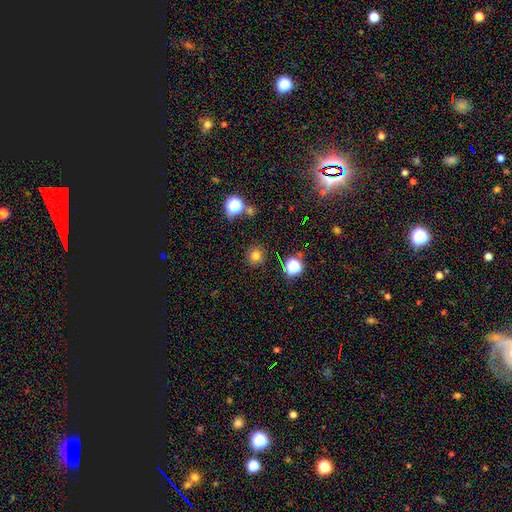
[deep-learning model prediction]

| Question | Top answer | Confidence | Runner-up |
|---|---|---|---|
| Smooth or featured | smooth | 74% | star or artifact (19%) |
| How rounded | round | 94% | in between (5%) |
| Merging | none | 88% | minor disturbance (7%) |